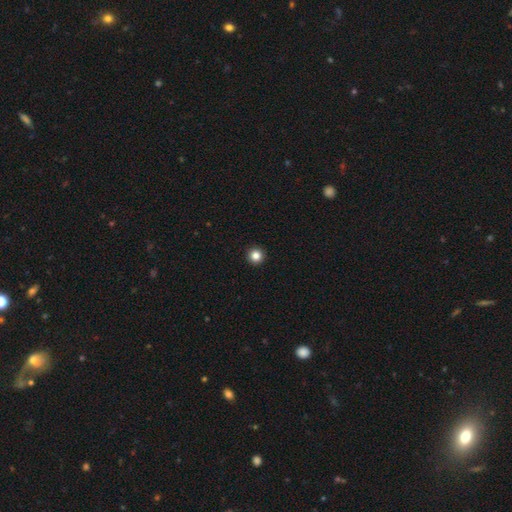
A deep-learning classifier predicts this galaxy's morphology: Smooth or featured? Predicted: smooth (p=0.84). How rounded? Predicted: round (p=0.97). Merging? Predicted: none (p=0.94).